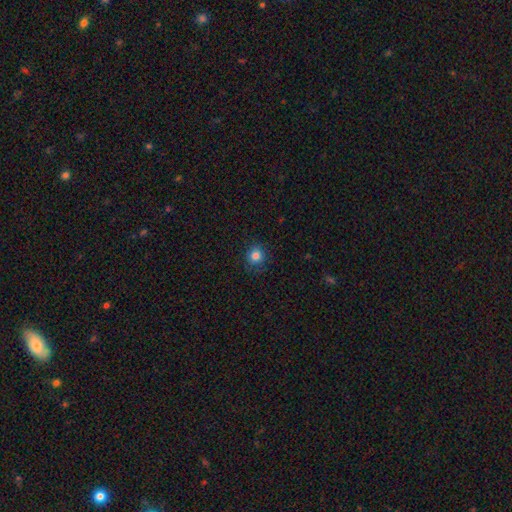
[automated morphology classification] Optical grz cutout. It shows a smooth galaxy with no disk features (83%) that is round (88%). Merging: none (84%).